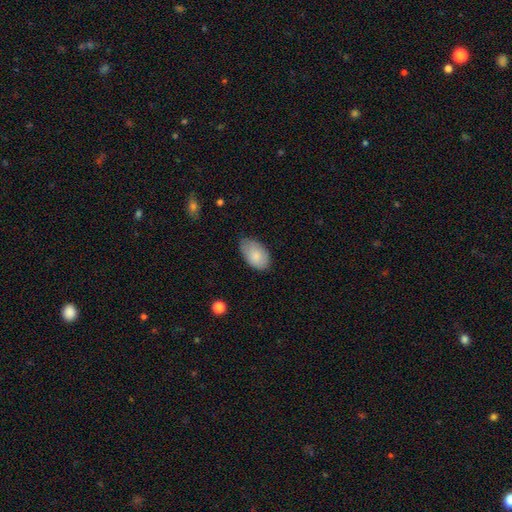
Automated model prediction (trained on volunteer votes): smooth_or_featured: smooth (p=0.84) [alt: featured or disk p=0.09]
how_rounded: in between (p=0.94) [alt: round p=0.05]
merging: none (p=0.69) [alt: minor disturbance p=0.26]